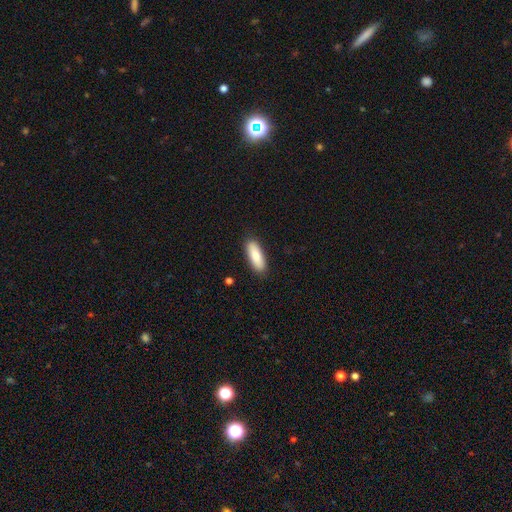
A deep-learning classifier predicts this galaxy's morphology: The model was most divided on "how rounded": in between: 63%, cigar-shaped: 35%, round: 2%. More confident: merging — none (88%); smooth or featured — smooth (85%).